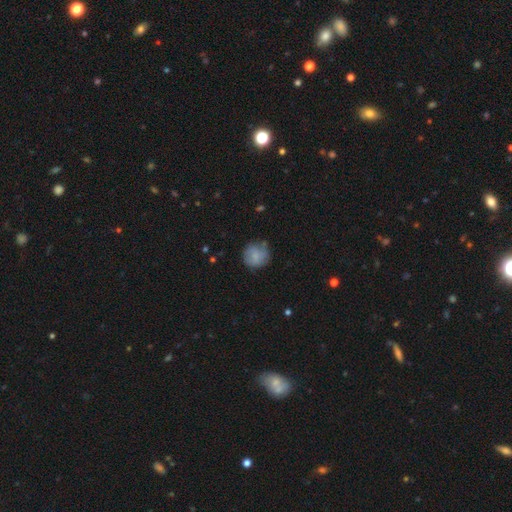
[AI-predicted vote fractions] smooth_or_featured: smooth (p=0.71) [alt: featured or disk p=0.20]
how_rounded: round (p=0.87) [alt: in between p=0.12]
merging: none (p=0.63) [alt: minor disturbance p=0.26]